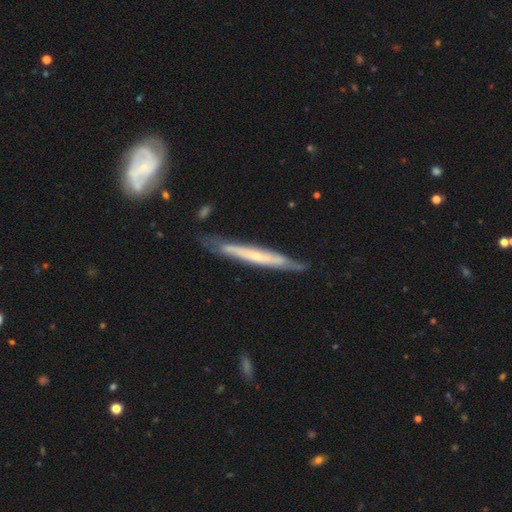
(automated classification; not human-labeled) Q: Smooth or featured?
A: featured or disk (68%); runner-up: smooth (26%)
Q: Edge-on disk?
A: yes (84%); runner-up: no (16%)
Q: Edge-on bulge?
A: none (56%); runner-up: rounded (37%)
Q: Merging?
A: none (72%); runner-up: minor disturbance (21%)